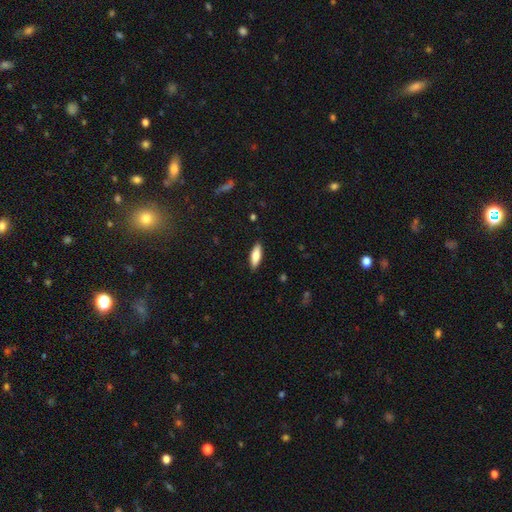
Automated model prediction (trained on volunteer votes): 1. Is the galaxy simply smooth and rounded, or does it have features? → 77% smooth, 17% featured or disk, 6% star or artifact.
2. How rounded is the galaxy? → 61% in between, 37% cigar-shaped, 2% round.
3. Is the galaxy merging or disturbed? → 89% none, 8% minor disturbance, 2% major disturbance, 1% merger.